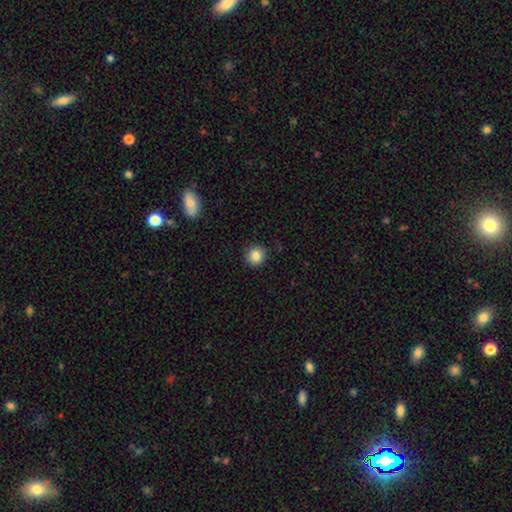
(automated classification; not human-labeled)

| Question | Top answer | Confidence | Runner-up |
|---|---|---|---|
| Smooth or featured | smooth | 85% | star or artifact (10%) |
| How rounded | round | 91% | in between (8%) |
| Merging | none | 90% | minor disturbance (7%) |